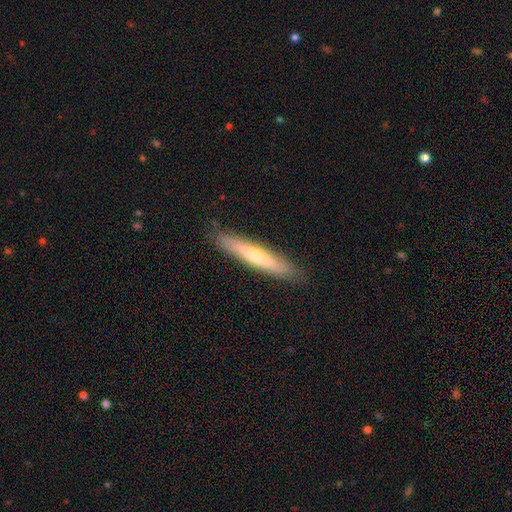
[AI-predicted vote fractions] Smooth or featured? Predicted: smooth (p=0.52). How rounded? Predicted: cigar-shaped (p=0.91). Merging? Predicted: none (p=0.89).